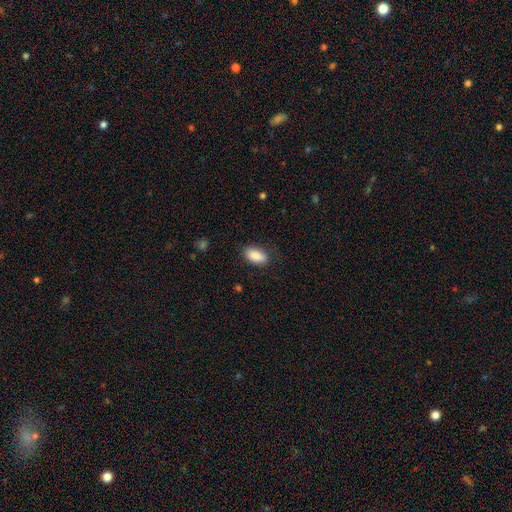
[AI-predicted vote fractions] This appears to be a smooth galaxy with no disk features (88%) that is in between round and cigar-shaped (93%). Merging: none (80%).